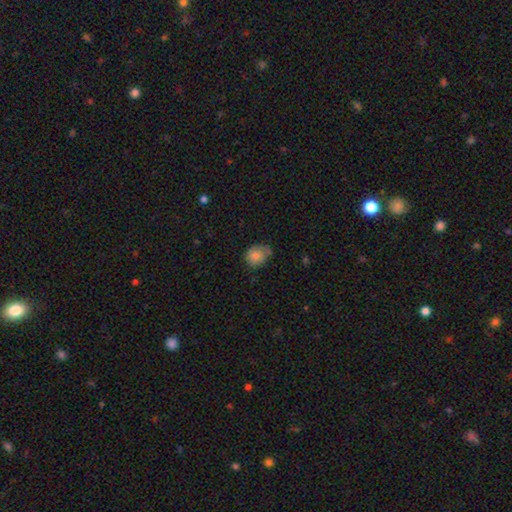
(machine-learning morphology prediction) Smooth or featured: smooth — 81% (featured or disk — 10%)
How rounded: round — 56% (in between — 43%)
Merging: none — 52% (minor disturbance — 36%)